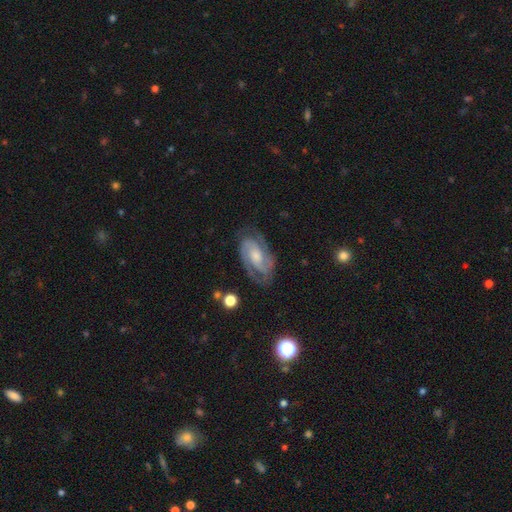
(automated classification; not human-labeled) This is clearly a featured or disk galaxy (86%). It is clearly not viewed edge-on (96%). Bar: possibly no (53%). Spiral arm pattern: clearly yes (97%). Spiral arm count: clearly 2 (82%). Spiral winding: possibly tight (51%). Central bulge: marginally moderate (43%). Merging: likely none (75%).